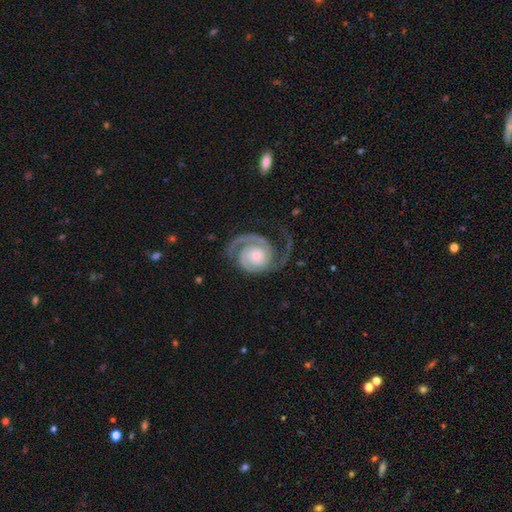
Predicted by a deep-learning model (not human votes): Smooth or featured: featured or disk — 91% (smooth — 5%)
Edge-on disk: no — 98% (yes — 2%)
Bar: no — 74% (weak — 20%)
Spiral arms: yes — 98% (no — 2%)
Spiral winding: tight — 53% (medium — 37%)
Spiral arm count: 2 — 85% (1 — 5%)
Bulge size: small — 59% (moderate — 28%)
Merging: none — 64% (major disturbance — 18%)